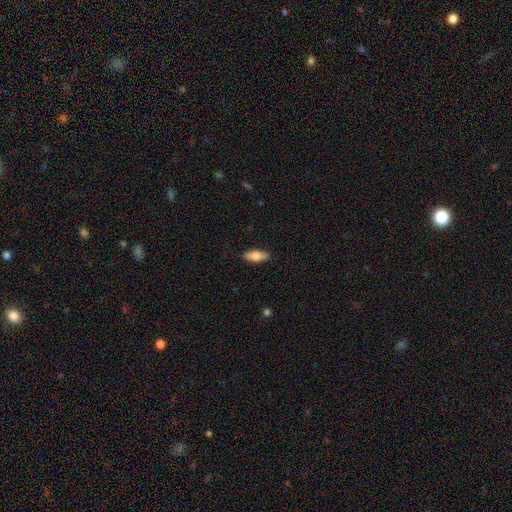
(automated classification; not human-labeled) This appears to be a smooth galaxy with no disk features (74%) that is in between round and cigar-shaped (74%). Merging: none (88%).